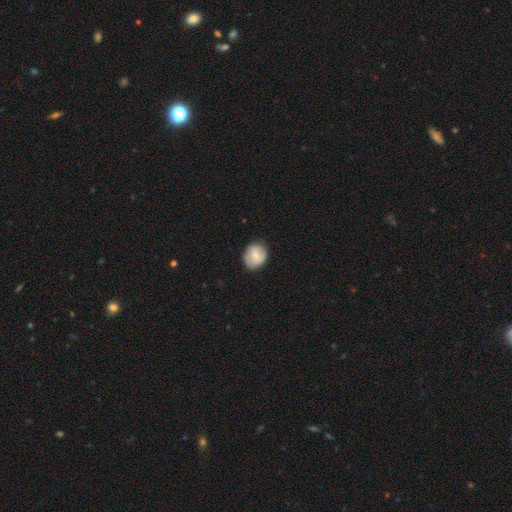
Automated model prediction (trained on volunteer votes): Smooth or featured? smooth (68%)
How rounded? round (68%)
Merging? none (80%)